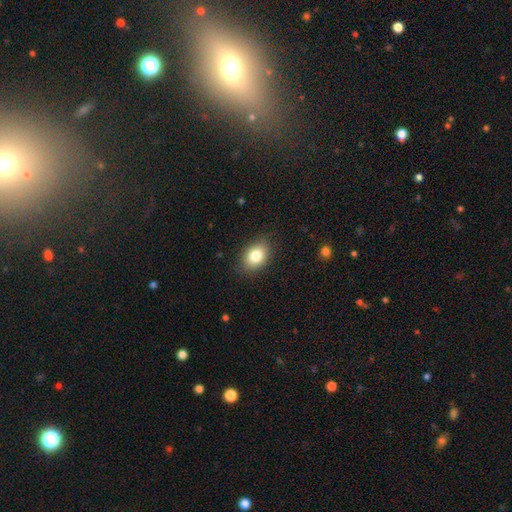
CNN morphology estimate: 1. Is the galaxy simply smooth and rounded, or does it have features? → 82% smooth, 9% featured or disk, 9% star or artifact.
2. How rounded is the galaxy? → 76% in between, 23% round, 1% cigar-shaped.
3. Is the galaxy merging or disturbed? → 85% none, 11% minor disturbance, 3% major disturbance, 1% merger.